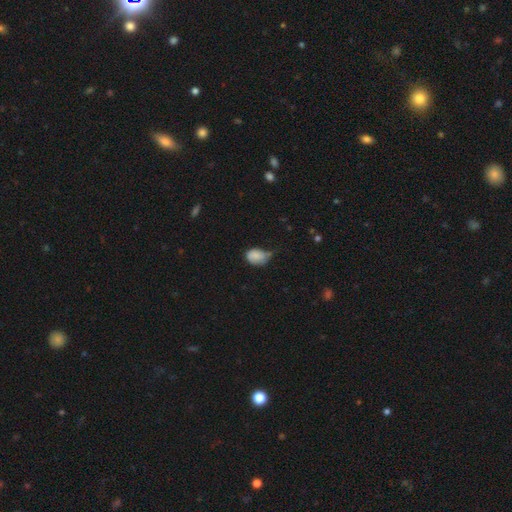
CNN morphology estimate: This is clearly a smooth galaxy (82%). How rounded: likely in between (75%). Merging: possibly minor disturbance (46%).